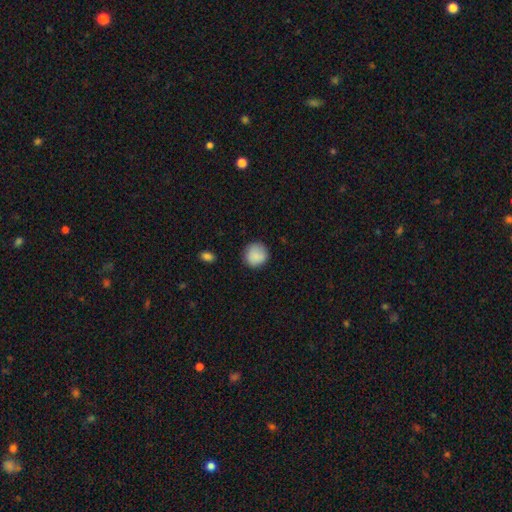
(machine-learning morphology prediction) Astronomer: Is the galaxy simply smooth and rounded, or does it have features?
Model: smooth — 88%.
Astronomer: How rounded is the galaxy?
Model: round — 92%.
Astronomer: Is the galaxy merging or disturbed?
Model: none — 86%.